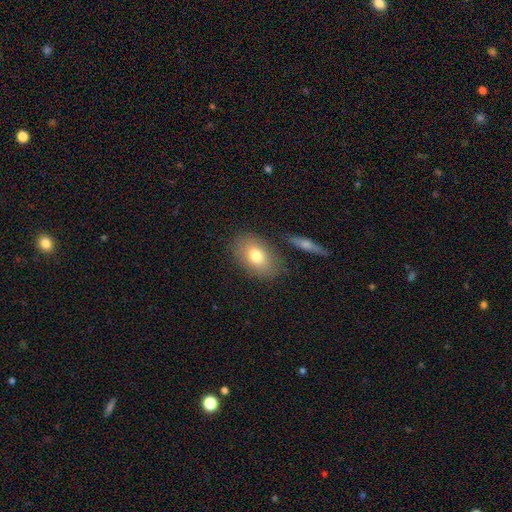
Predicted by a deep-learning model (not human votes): This is likely a smooth galaxy (76%). How rounded: clearly in between (85%). Merging: likely none (79%).